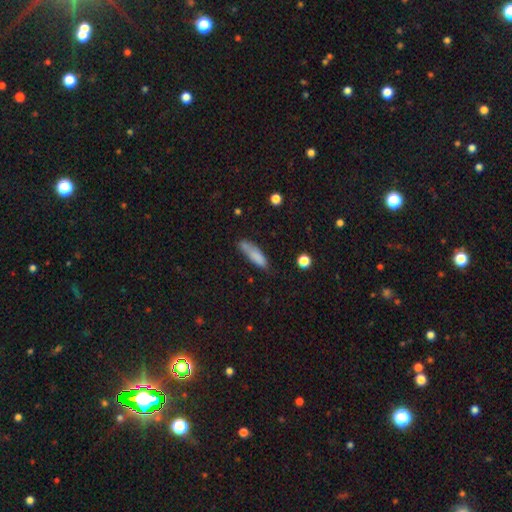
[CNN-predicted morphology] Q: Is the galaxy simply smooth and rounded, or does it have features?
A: smooth — 81%.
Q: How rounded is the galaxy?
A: cigar-shaped — 60%.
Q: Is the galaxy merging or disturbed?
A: none — 57%.